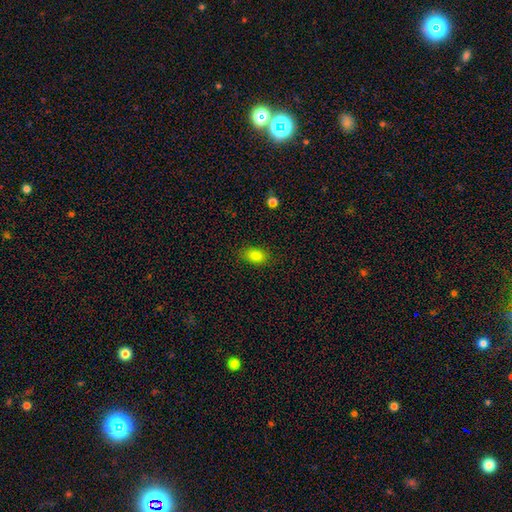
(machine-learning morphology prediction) Smooth or featured? Predicted: smooth (p=0.84). How rounded? Predicted: in between (p=0.84). Merging? Predicted: none (p=0.85).